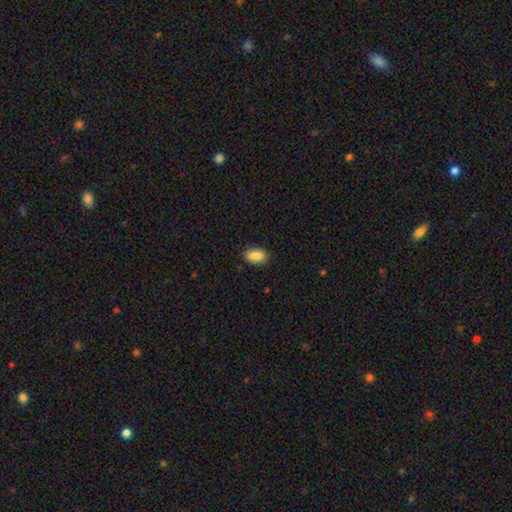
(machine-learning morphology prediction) This is clearly a smooth galaxy (87%). How rounded: clearly in between (91%). Merging: clearly none (87%).